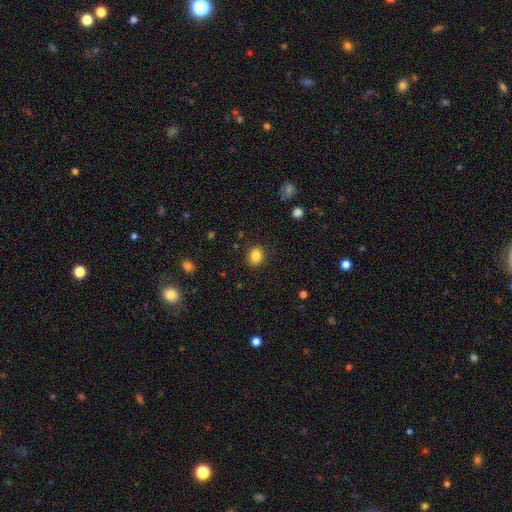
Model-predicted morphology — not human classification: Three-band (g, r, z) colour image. It shows a smooth galaxy with no disk features (85%) that is round (66%). Merging: none (88%).